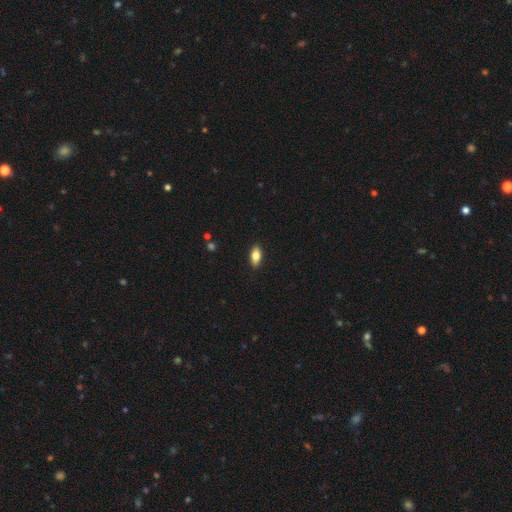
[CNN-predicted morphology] Overall: smooth (77%). How rounded: in between (88%). Merging: none (89%).